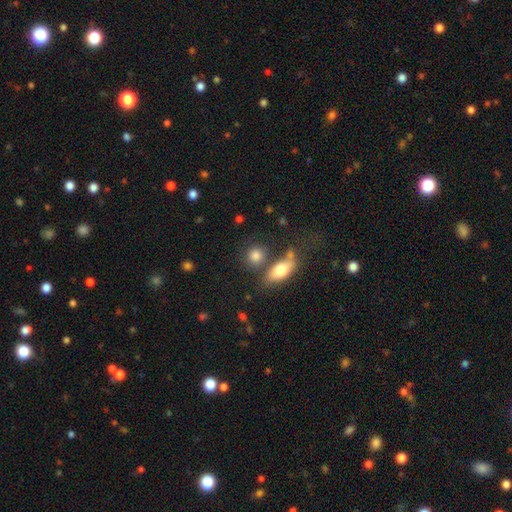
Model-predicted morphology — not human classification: smooth 81%, featured or disk 11%, star or artifact 9%. Down the decision tree: how rounded — round (63%); merging — none (59%).